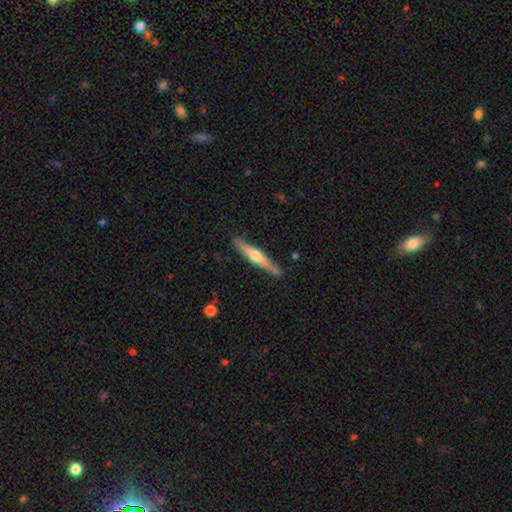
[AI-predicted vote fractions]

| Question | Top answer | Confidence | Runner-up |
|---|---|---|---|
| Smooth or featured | featured or disk | 62% | smooth (33%) |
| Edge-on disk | yes | 97% | no (3%) |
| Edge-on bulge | rounded | 89% | none (6%) |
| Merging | none | 87% | minor disturbance (9%) |